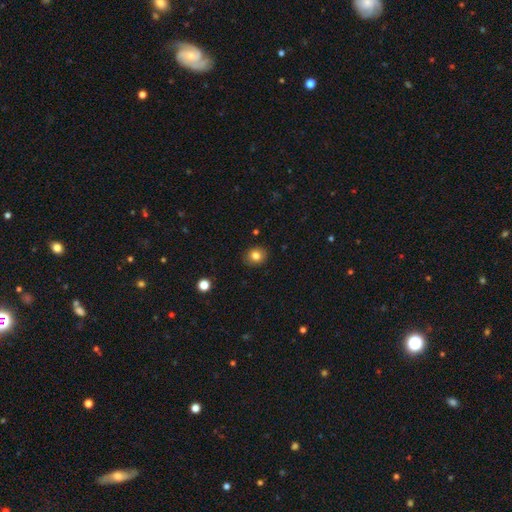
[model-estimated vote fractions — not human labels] This is clearly a smooth galaxy (82%). How rounded: likely round (71%). Merging: clearly none (88%).